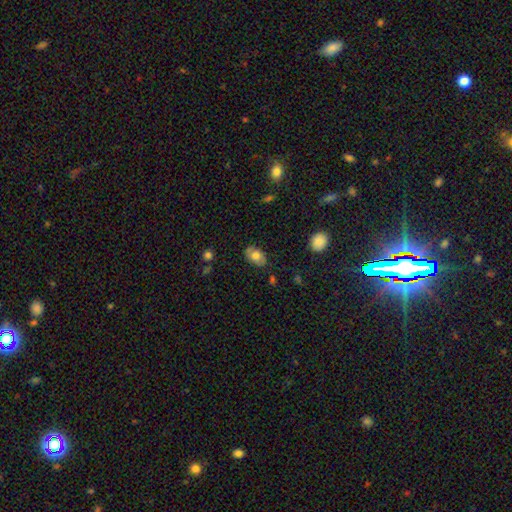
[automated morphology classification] A smooth galaxy with no disk features (72%) that is in between round and cigar-shaped (90%). Merging: none (81%).